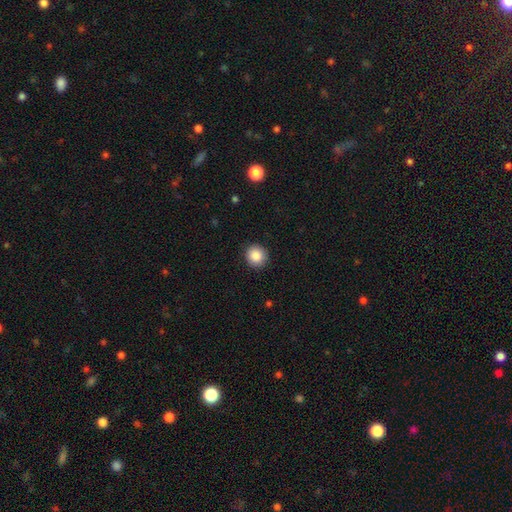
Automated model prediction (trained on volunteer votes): smooth 87%, star or artifact 9%, featured or disk 4%. Down the decision tree: how rounded — round (92%); merging — none (91%).